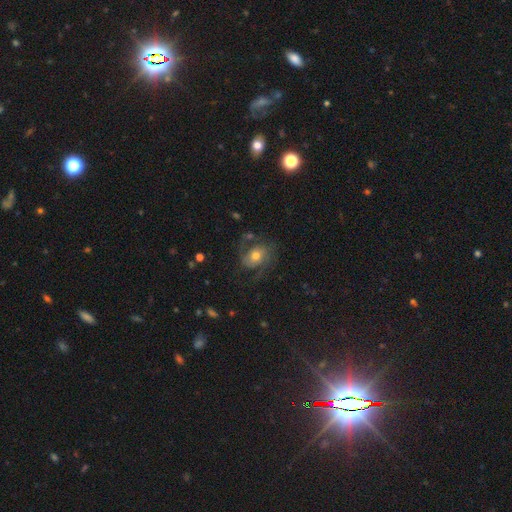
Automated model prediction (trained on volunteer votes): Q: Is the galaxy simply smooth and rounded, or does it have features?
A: featured or disk — 65%.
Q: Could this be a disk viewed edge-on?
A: no — 97%.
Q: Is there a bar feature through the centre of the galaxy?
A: no — 66%.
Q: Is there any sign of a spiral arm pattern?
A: yes — 88%.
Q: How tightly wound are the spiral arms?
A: medium — 46%.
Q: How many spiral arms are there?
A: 2 — 71%.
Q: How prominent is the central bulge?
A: moderate — 66%.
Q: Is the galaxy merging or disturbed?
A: none — 58%.